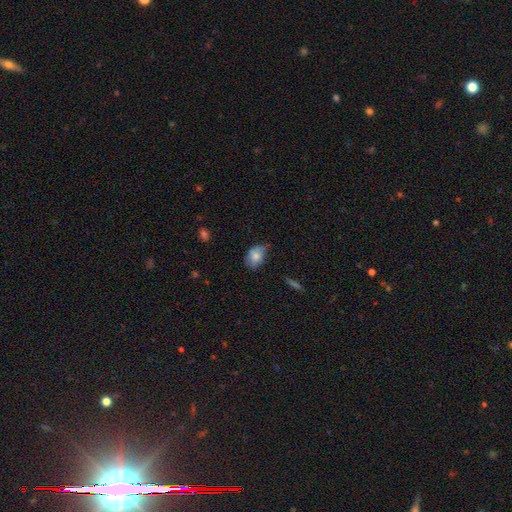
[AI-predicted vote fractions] Smooth or featured: smooth — 78% (featured or disk — 14%)
How rounded: in between — 79% (round — 20%)
Merging: none — 47% (minor disturbance — 42%)